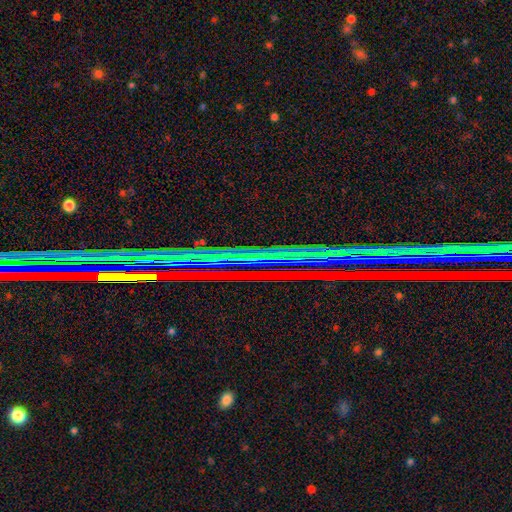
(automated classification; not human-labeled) Overall: star or artifact (80%).